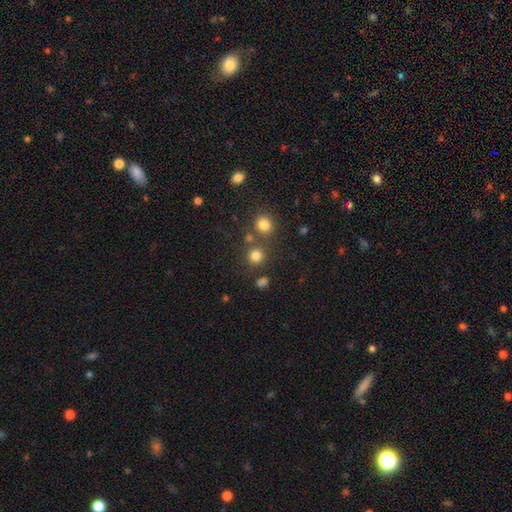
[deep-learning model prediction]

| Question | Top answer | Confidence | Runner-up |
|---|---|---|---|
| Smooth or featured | smooth | 79% | star or artifact (16%) |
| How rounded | round | 90% | in between (9%) |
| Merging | none | 72% | merger (16%) |